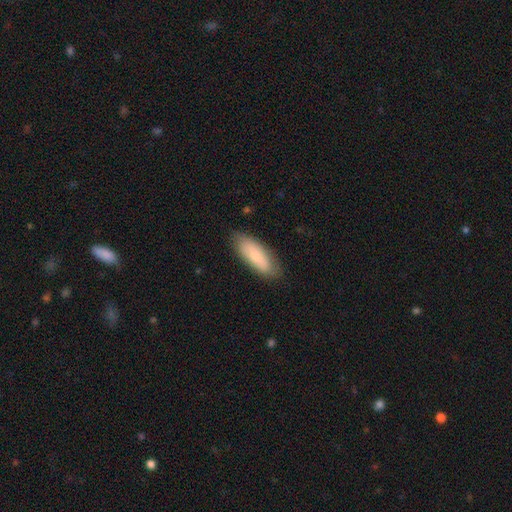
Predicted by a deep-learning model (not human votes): Smooth or featured? Predicted: smooth (p=0.77). How rounded? Predicted: in between (p=0.68). Merging? Predicted: none (p=0.81).